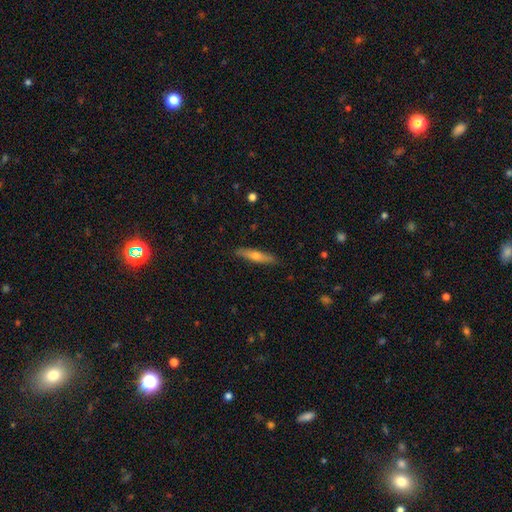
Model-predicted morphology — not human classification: featured or disk 49%, smooth 45%, star or artifact 6%. Down the decision tree: merging — none (88%).